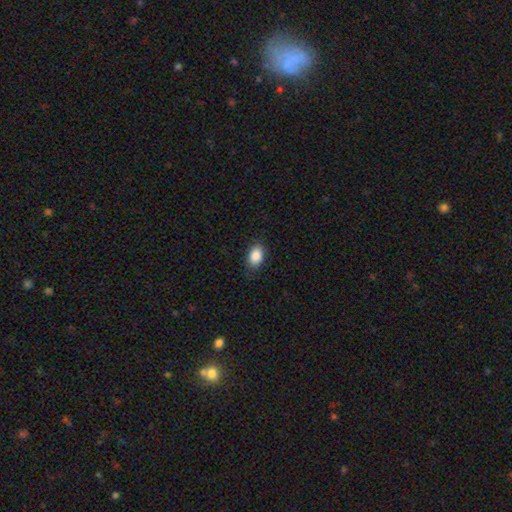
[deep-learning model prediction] Morphology: type=smooth (89%); roundness=in between (87%); merging=none (85%).